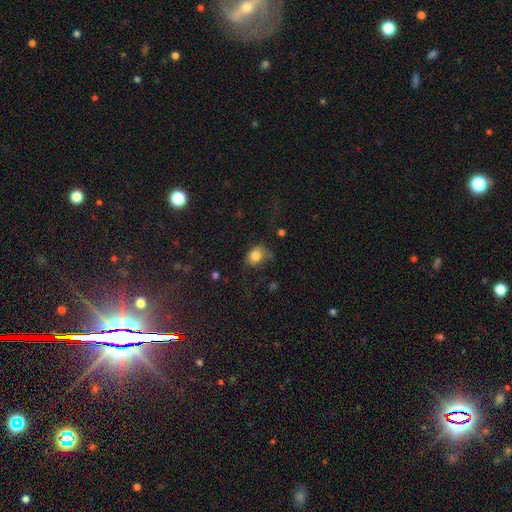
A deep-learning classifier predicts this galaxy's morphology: smooth 80%, featured or disk 10%, star or artifact 9%. Down the decision tree: how rounded — in between (55%); merging — none (51%).